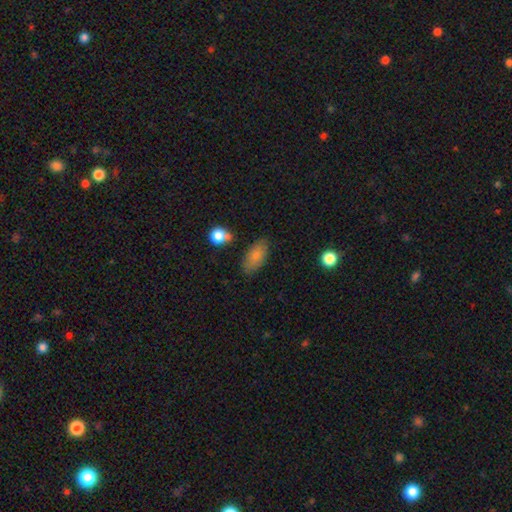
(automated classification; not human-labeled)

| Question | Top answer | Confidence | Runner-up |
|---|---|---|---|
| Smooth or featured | smooth | 80% | featured or disk (13%) |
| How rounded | in between | 92% | cigar-shaped (5%) |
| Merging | none | 77% | minor disturbance (16%) |